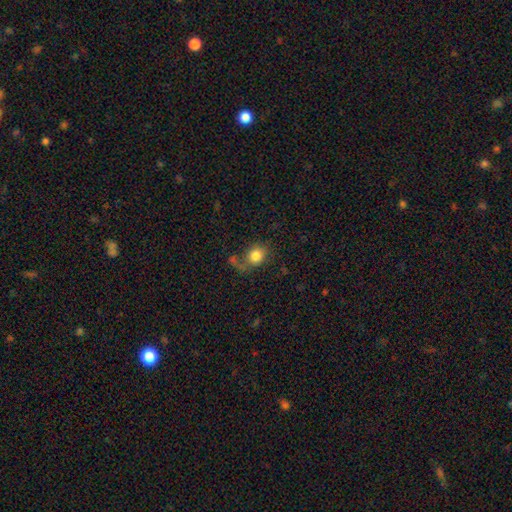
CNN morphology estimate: Smooth or featured? smooth (81%)
How rounded? round (68%)
Merging? none (53%)